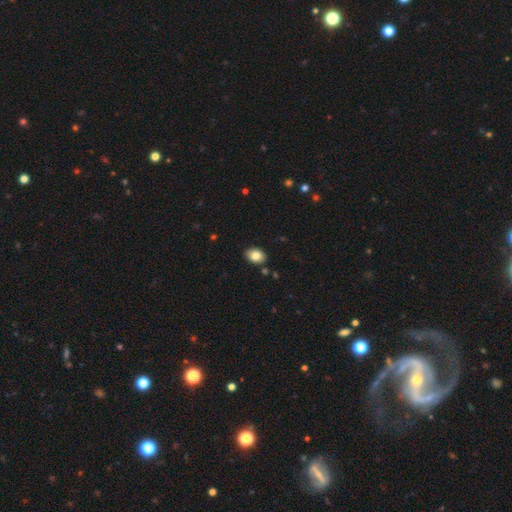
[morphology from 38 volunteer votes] Overall: smooth (87%). How rounded: in between (64%; round 33%). Merging: none (86%).